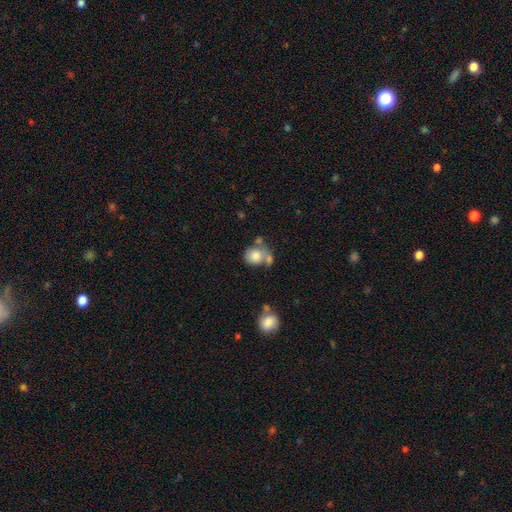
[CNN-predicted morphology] A smooth galaxy with no disk features (76%) that is round (71%).

Vote fractions:
- Smooth or featured? smooth: 76% / featured or disk: 16% / star or artifact: 8%
- How rounded? round: 71% / in between: 28% / cigar-shaped: 1%
- Merging? none: 38% / merger: 34% / minor disturbance: 17% / major disturbance: 10%